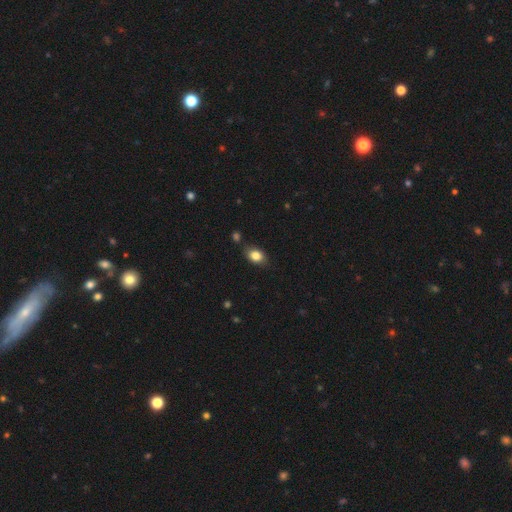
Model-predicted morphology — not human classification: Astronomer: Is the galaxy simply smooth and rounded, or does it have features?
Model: smooth — 83%.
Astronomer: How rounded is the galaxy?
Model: in between — 79%.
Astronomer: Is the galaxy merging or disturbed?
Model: none — 78%.